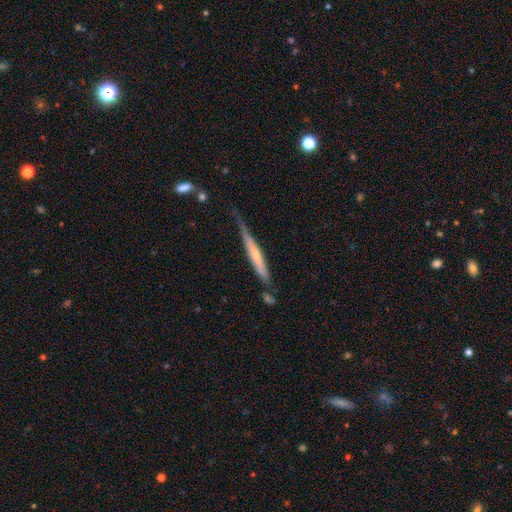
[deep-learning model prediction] A featured or disk galaxy (52%) viewed edge-on (92%).

Vote fractions:
- Smooth or featured? featured or disk: 52% / smooth: 43% / star or artifact: 5%
- Edge-on disk? yes: 92% / no: 8%
- Merging? none: 56% / minor disturbance: 29% / major disturbance: 9% / merger: 6%